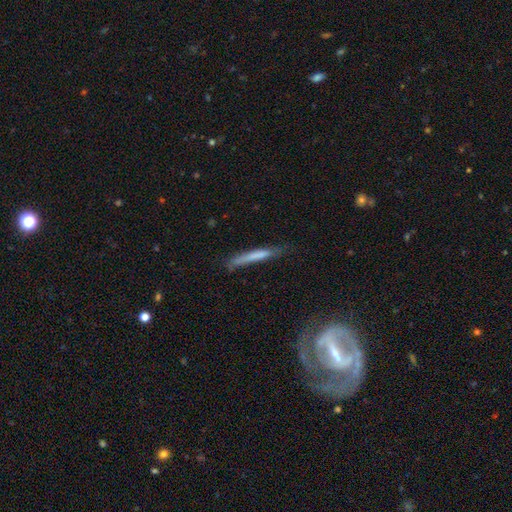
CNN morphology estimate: A smooth galaxy with no disk features (66%) that is cigar-shaped (95%). Merging: none (71%).